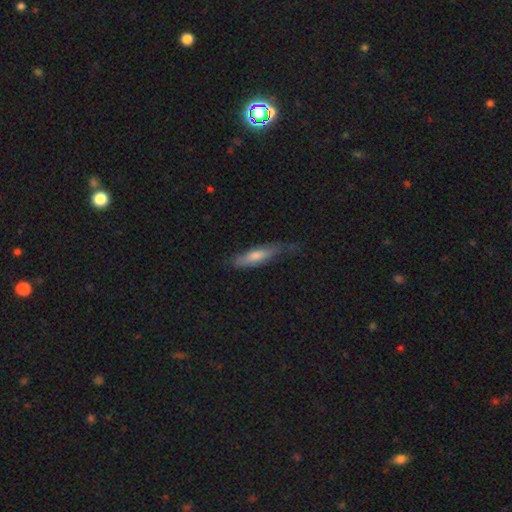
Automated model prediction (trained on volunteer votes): Smooth or featured? Predicted: featured or disk (p=0.44). Merging? Predicted: none (p=0.64).